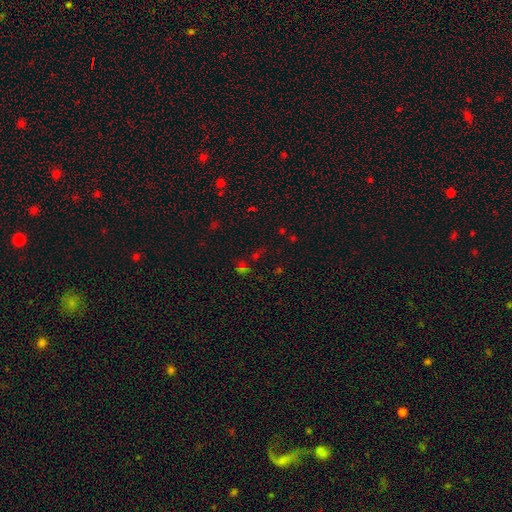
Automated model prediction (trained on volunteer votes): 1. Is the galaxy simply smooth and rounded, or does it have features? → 62% star or artifact, 26% smooth, 12% featured or disk.